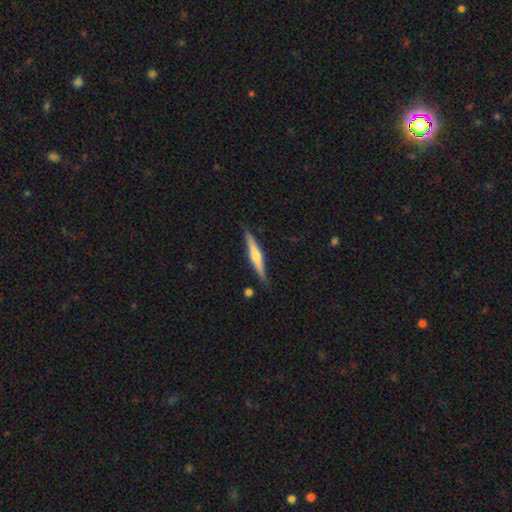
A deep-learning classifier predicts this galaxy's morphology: Smooth or featured? Predicted: featured or disk (p=0.65). Edge-on disk? Predicted: yes (p=0.97). Edge-on bulge? Predicted: rounded (p=0.84). Merging? Predicted: none (p=0.86).